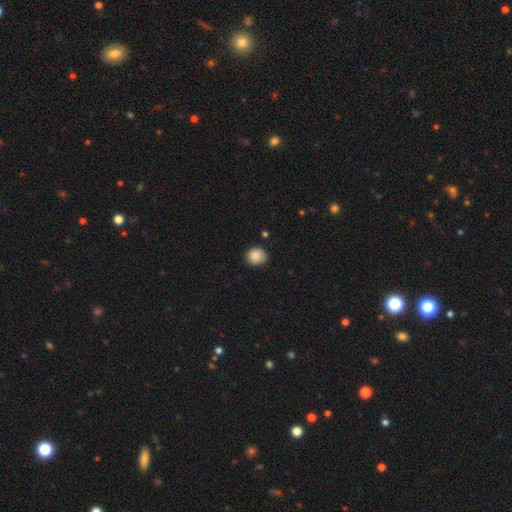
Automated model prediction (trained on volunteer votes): This is clearly a smooth galaxy (87%). How rounded: likely round (78%). Merging: clearly none (83%).